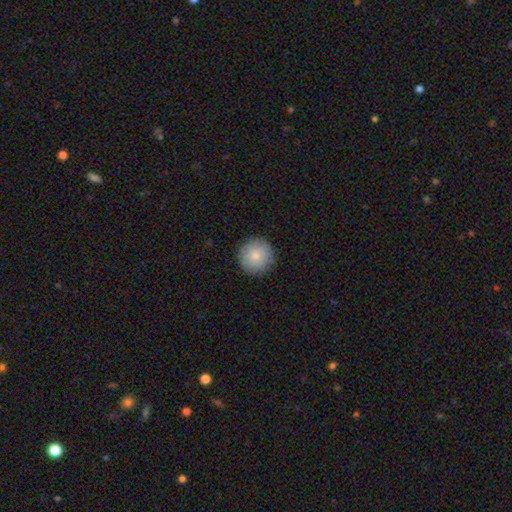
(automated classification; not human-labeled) This is clearly a smooth galaxy (83%). How rounded: clearly round (96%). Merging: clearly none (91%).